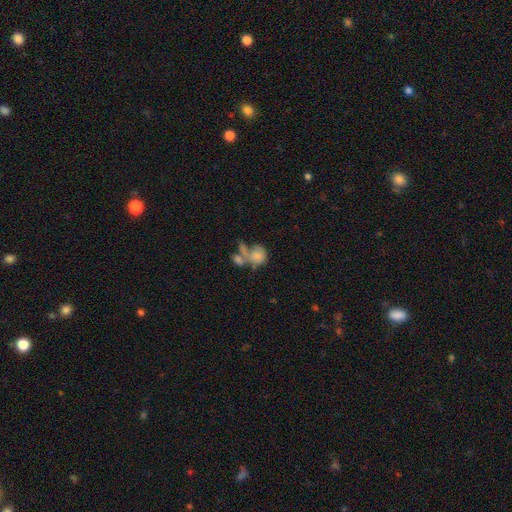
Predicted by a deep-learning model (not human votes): This appears to be a smooth galaxy with no disk features (67%) that is round (60%). Merging: merger (52%).